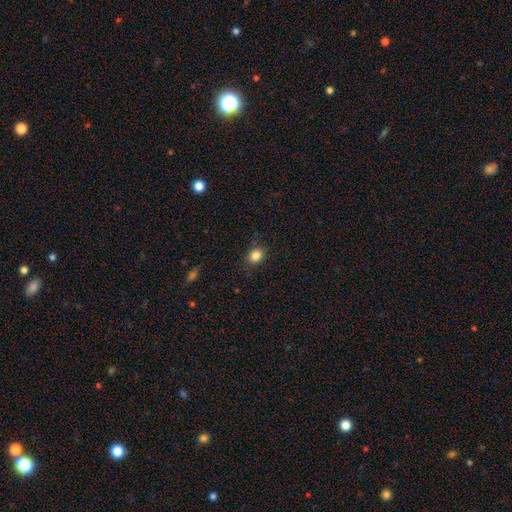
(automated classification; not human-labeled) smooth 84%, star or artifact 11%, featured or disk 5%. Down the decision tree: how rounded — round (51%); merging — none (83%).